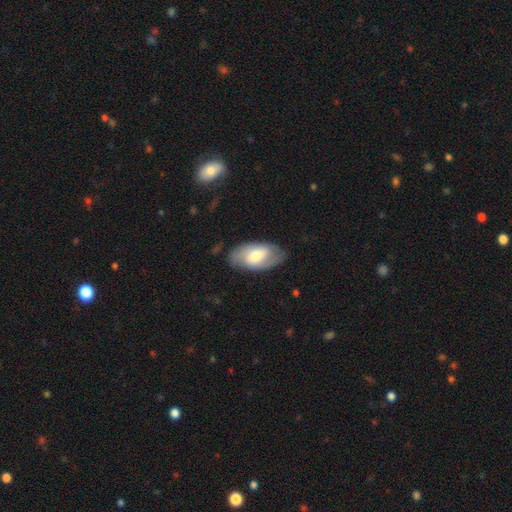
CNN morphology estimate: This appears to be a smooth galaxy with no disk features (52%) that is in between round and cigar-shaped (93%). Merging: none (76%).